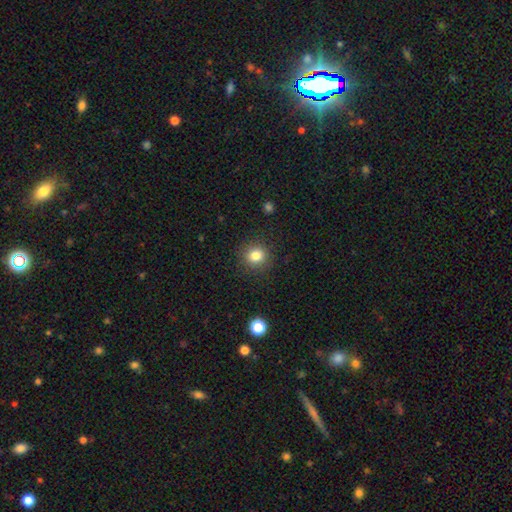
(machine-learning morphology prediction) smooth-or-featured: smooth: 83% | star or artifact: 12% | featured or disk: 6%
  how-rounded: round: 88% | in between: 11% | cigar-shaped: 1%
  merging: none: 89% | minor disturbance: 7% | major disturbance: 3% | merger: 1%